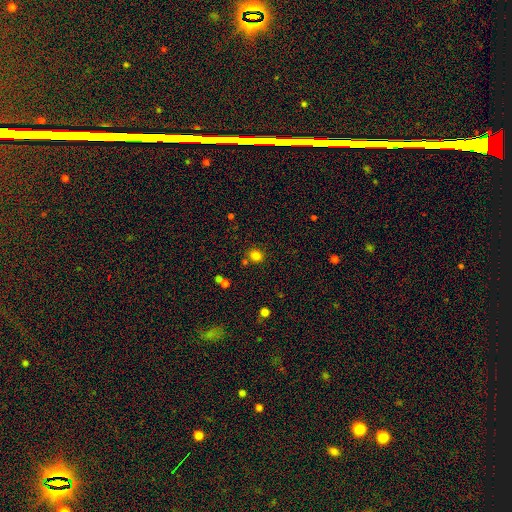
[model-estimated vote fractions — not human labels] Overall: smooth (81%). How rounded: round (67%; in between 32%). Merging: none (78%).